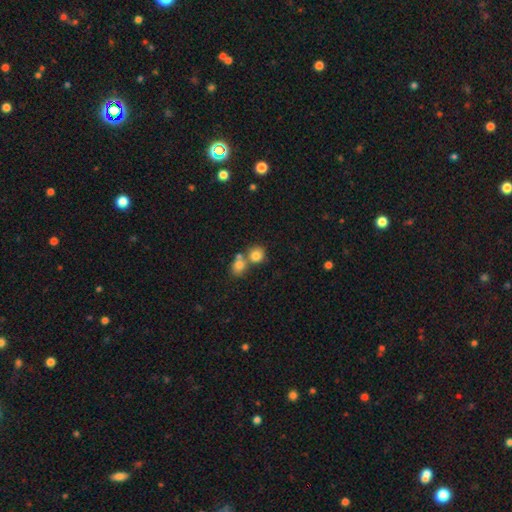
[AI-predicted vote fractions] smooth 80%, star or artifact 11%, featured or disk 9%. Down the decision tree: how rounded — round (83%); merging — none (47%).